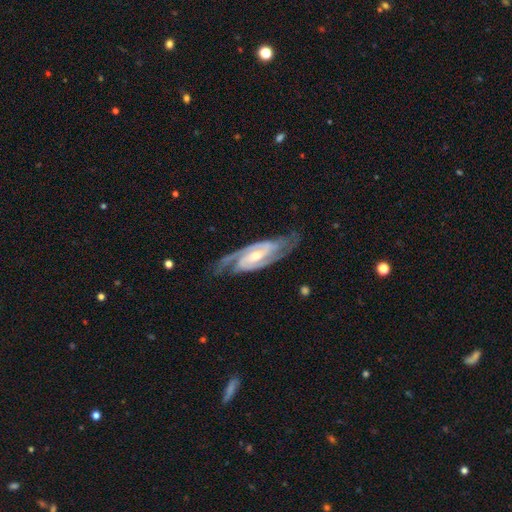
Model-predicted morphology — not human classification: Smooth or featured: featured or disk — 92% (smooth — 4%)
Edge-on disk: no — 93% (yes — 7%)
Bar: weak — 39% (no — 31%)
Spiral arms: yes — 98% (no — 2%)
Spiral winding: tight — 46% (medium — 45%)
Spiral arm count: 2 — 79% (3 — 10%)
Bulge size: small — 49% (moderate — 48%)
Merging: none — 77% (minor disturbance — 16%)